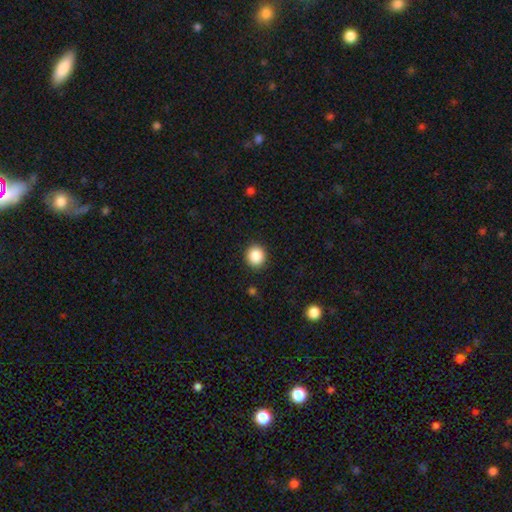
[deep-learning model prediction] smooth_or_featured: smooth (p=0.88) [alt: star or artifact p=0.09]
how_rounded: round (p=0.89) [alt: in between p=0.10]
merging: none (p=0.91) [alt: minor disturbance p=0.06]